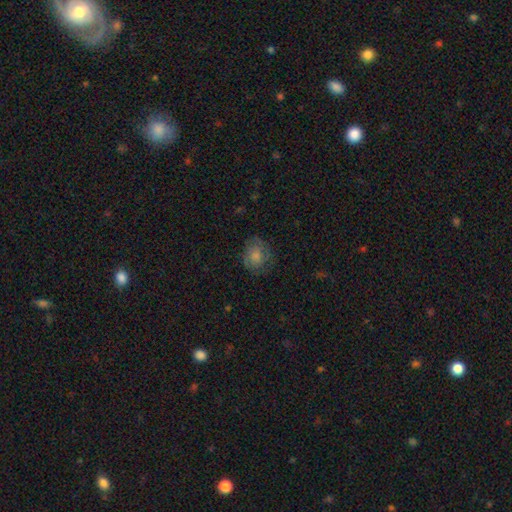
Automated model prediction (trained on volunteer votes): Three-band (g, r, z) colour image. It shows a smooth galaxy with no disk features (57%) that is round (69%). Merging: none (76%).